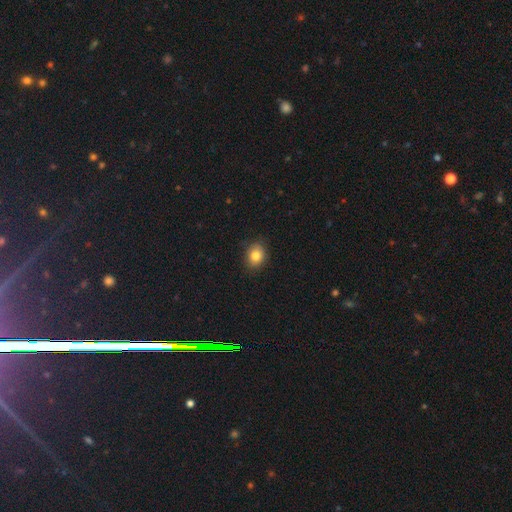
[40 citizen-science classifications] Smooth or featured?
  - smooth: 90% *
  - featured or disk: 8%
  - star or artifact: 2%
How rounded?
  - in between: 67% *
  - round: 33%
  - cigar-shaped: 0%
Merging?
  - none: 95% *
  - minor disturbance: 3%
  - merger: 3%
  - major disturbance: 0%